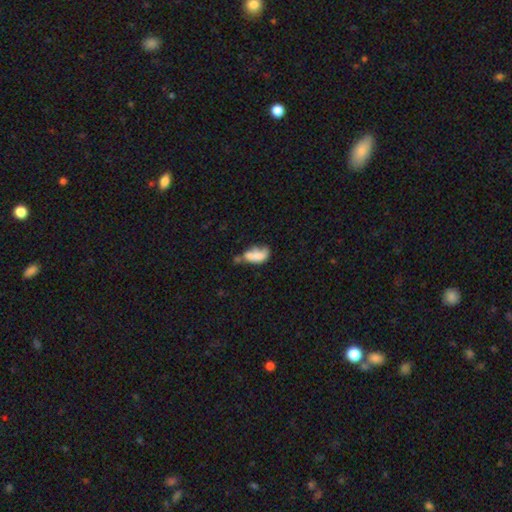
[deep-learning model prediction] smooth_or_featured: smooth (p=0.67) [alt: featured or disk p=0.22]
how_rounded: in between (p=0.86) [alt: cigar-shaped p=0.09]
merging: merger (p=0.28) [alt: minor disturbance p=0.26]